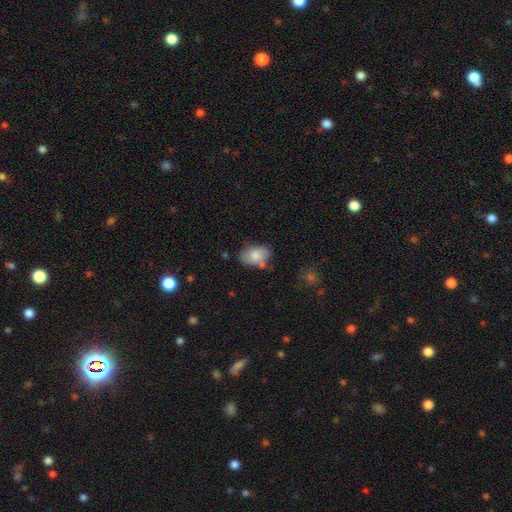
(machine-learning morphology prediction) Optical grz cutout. It shows a smooth galaxy with no disk features (77%) that is in between round and cigar-shaped (87%). Merging: none (61%).